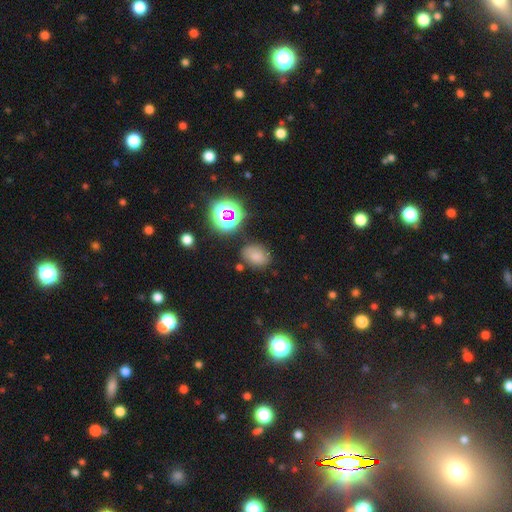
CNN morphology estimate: Smooth or featured: smooth — 68% (star or artifact — 21%)
How rounded: in between — 74% (round — 25%)
Merging: none — 74% (minor disturbance — 17%)